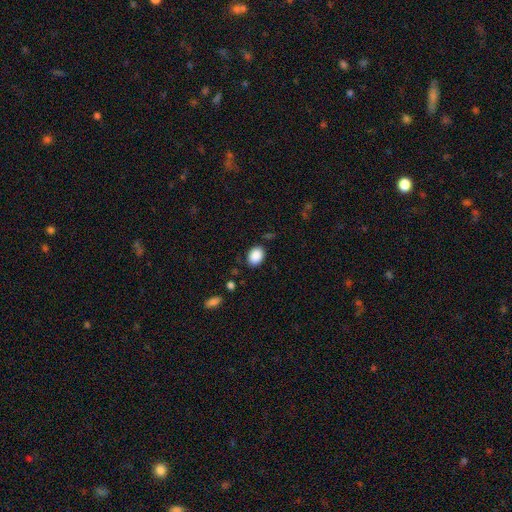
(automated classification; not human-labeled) Overall: smooth (89%). How rounded: in between (72%). Merging: none (84%).